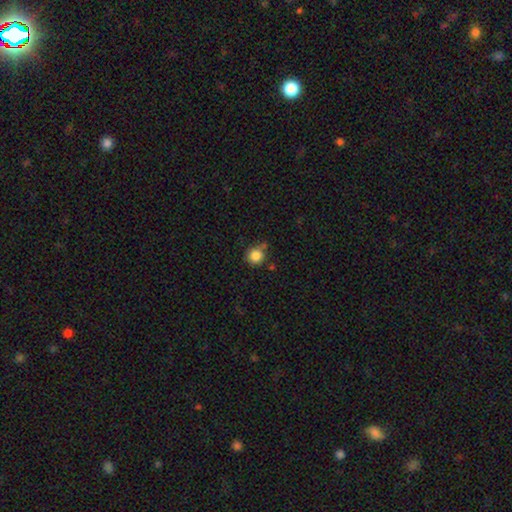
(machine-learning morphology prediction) Overall: smooth (85%). How rounded: round (90%). Merging: none (70%).